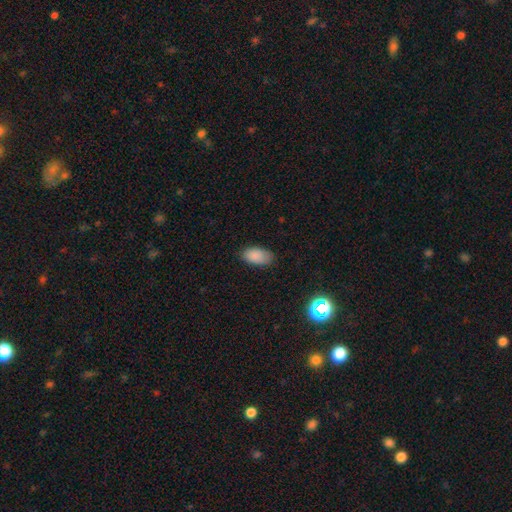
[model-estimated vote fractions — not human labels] Smooth or featured?
  - smooth: 87% *
  - star or artifact: 9%
  - featured or disk: 5%
How rounded?
  - in between: 93% *
  - round: 4%
  - cigar-shaped: 2%
Merging?
  - none: 79% *
  - minor disturbance: 17%
  - major disturbance: 3%
  - merger: 1%